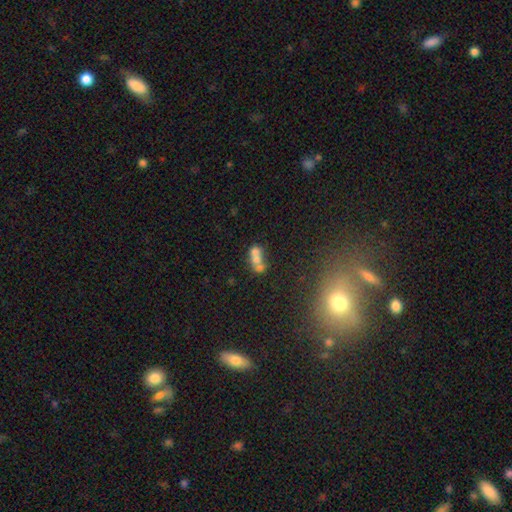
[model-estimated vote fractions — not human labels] smooth 57%, featured or disk 28%, star or artifact 15%. Down the decision tree: how rounded — round (50%); merging — merger (67%).